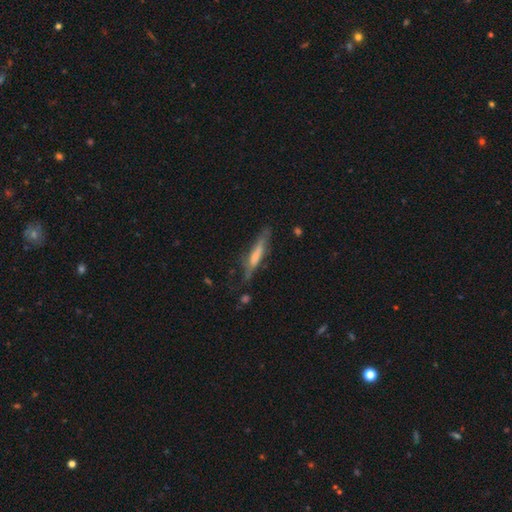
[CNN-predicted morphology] A smooth galaxy with no disk features (55%) that is cigar-shaped (85%).

Vote fractions:
- Smooth or featured? smooth: 55% / featured or disk: 38% / star or artifact: 7%
- How rounded? cigar-shaped: 85% / in between: 14% / round: 2%
- Merging? none: 56% / minor disturbance: 27% / major disturbance: 13% / merger: 4%